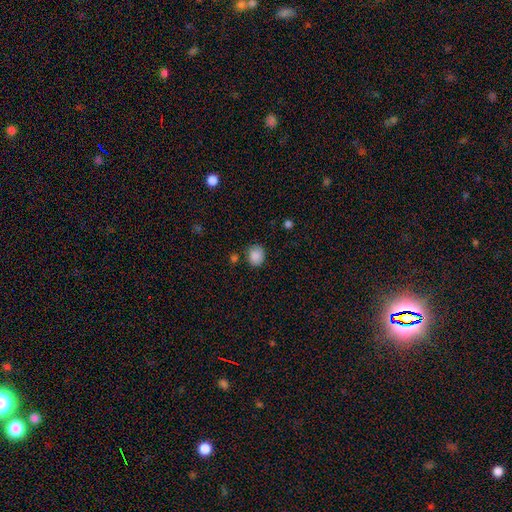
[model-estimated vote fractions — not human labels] Smooth or featured?
  - smooth: 87% *
  - star or artifact: 9%
  - featured or disk: 4%
How rounded?
  - round: 66% *
  - in between: 33%
  - cigar-shaped: 1%
Merging?
  - none: 75% *
  - minor disturbance: 17%
  - merger: 4%
  - major disturbance: 4%